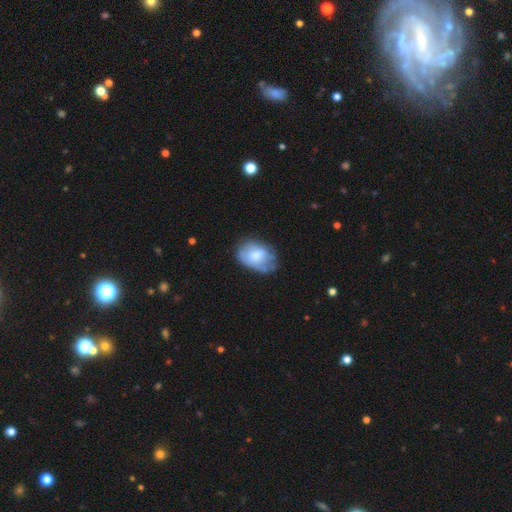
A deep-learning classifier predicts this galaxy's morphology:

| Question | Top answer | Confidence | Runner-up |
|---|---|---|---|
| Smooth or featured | smooth | 62% | featured or disk (31%) |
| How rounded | in between | 78% | round (21%) |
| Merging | none | 53% | minor disturbance (32%) |